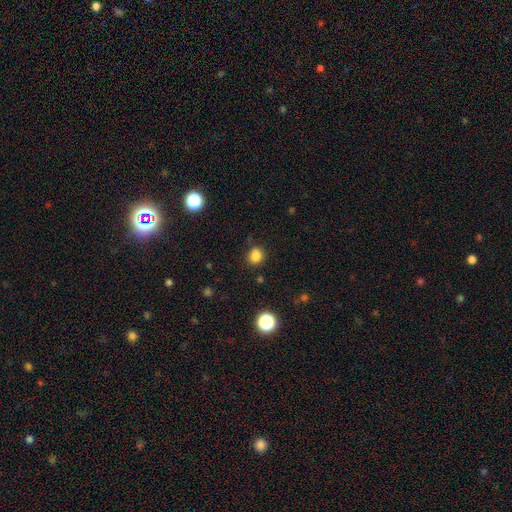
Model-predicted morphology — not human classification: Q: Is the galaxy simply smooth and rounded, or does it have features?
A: smooth — 83%.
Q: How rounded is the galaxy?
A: round — 71%.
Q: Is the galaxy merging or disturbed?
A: none — 82%.